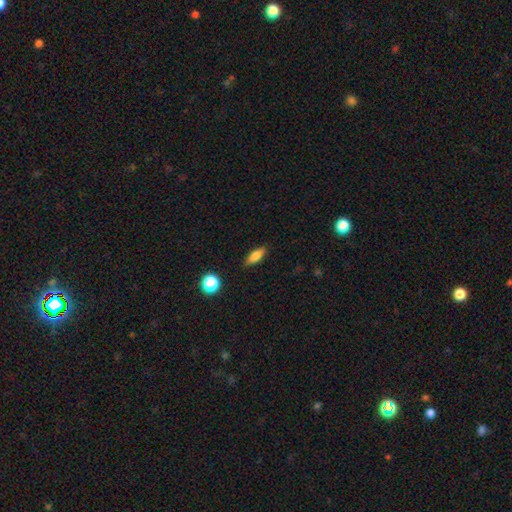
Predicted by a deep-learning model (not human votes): smooth 80%, featured or disk 11%, star or artifact 9%. Down the decision tree: how rounded — in between (72%); merging — none (86%).